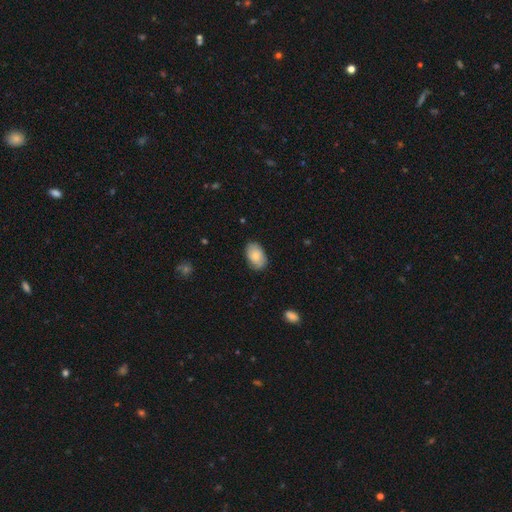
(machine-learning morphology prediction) Q: Smooth or featured?
A: smooth (73%); runner-up: featured or disk (20%)
Q: How rounded?
A: in between (89%); runner-up: round (10%)
Q: Merging?
A: none (78%); runner-up: minor disturbance (18%)